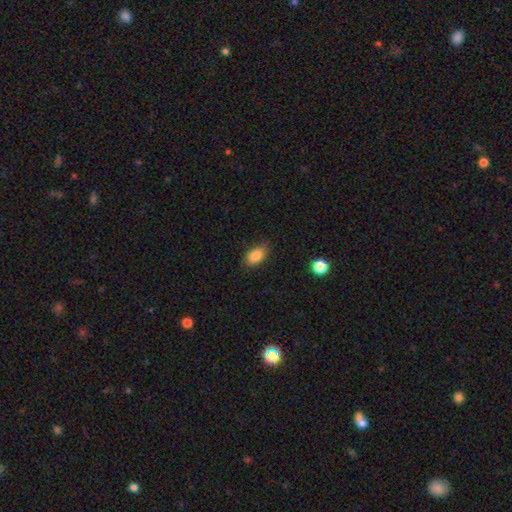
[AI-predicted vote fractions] Smooth or featured? Predicted: smooth (p=0.86). How rounded? Predicted: in between (p=0.87). Merging? Predicted: none (p=0.78).